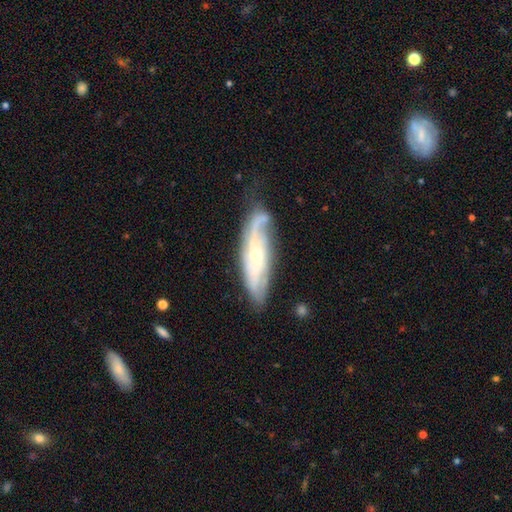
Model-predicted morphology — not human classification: A featured or disk galaxy (78%) with no bar (69%), 2 (39%) tight (41%) spiral arms (90%) and a small central bulge (55%). Merging: none (65%).